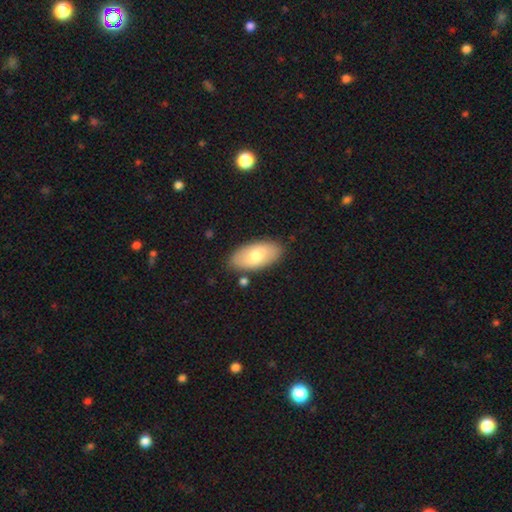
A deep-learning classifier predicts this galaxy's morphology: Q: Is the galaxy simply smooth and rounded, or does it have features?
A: smooth — 71%.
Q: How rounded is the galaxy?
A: in between — 94%.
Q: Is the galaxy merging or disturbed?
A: none — 84%.